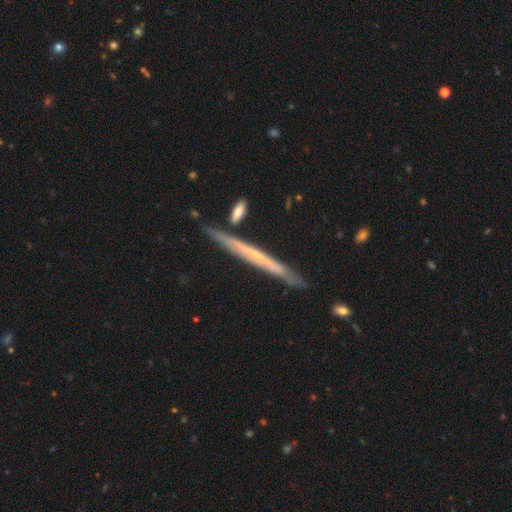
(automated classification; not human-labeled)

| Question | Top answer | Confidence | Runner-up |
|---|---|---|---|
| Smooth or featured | featured or disk | 64% | smooth (30%) |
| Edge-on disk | yes | 94% | no (6%) |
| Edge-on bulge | none | 77% | rounded (19%) |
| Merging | none | 82% | minor disturbance (11%) |